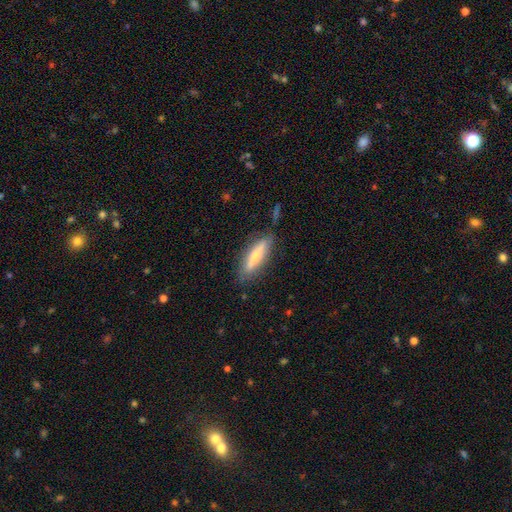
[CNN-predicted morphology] smooth 50%, featured or disk 44%, star or artifact 6%. Down the decision tree: merging — none (82%).